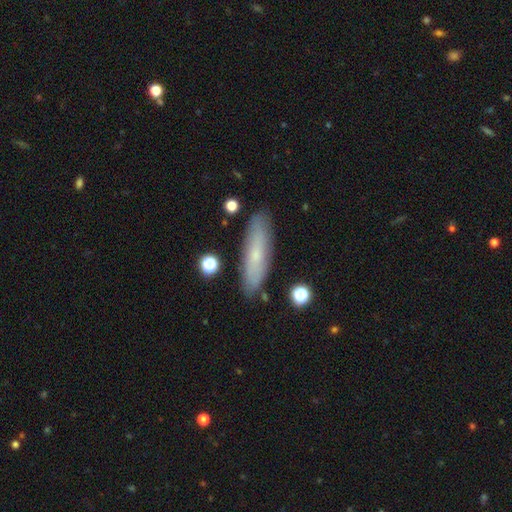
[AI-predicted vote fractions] smooth-or-featured: smooth: 61% | featured or disk: 32% | star or artifact: 7%
  how-rounded: cigar-shaped: 65% | in between: 33% | round: 2%
  merging: none: 86% | minor disturbance: 10% | major disturbance: 2% | merger: 2%